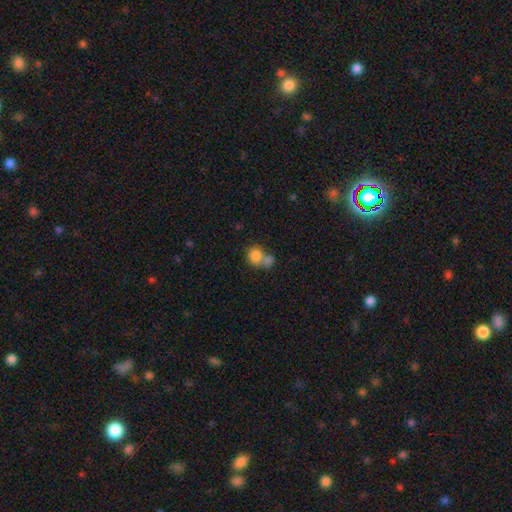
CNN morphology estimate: Smooth or featured?
  - smooth: 82% *
  - featured or disk: 9%
  - star or artifact: 9%
How rounded?
  - round: 74% *
  - in between: 25%
  - cigar-shaped: 1%
Merging?
  - merger: 52% *
  - none: 36%
  - minor disturbance: 8%
  - major disturbance: 4%